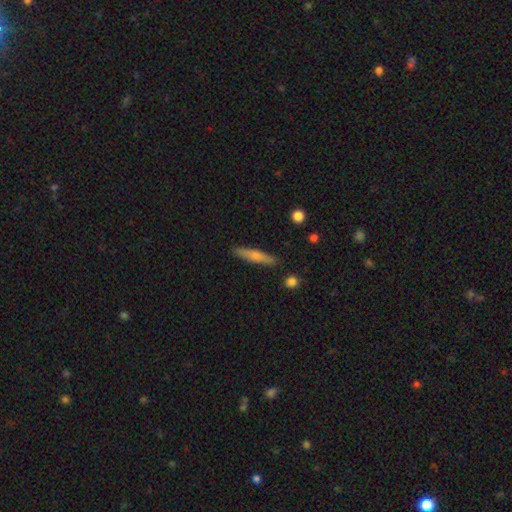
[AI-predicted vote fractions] Overall: smooth (55%; featured or disk 39%). How rounded: cigar-shaped (91%). Merging: none (89%).